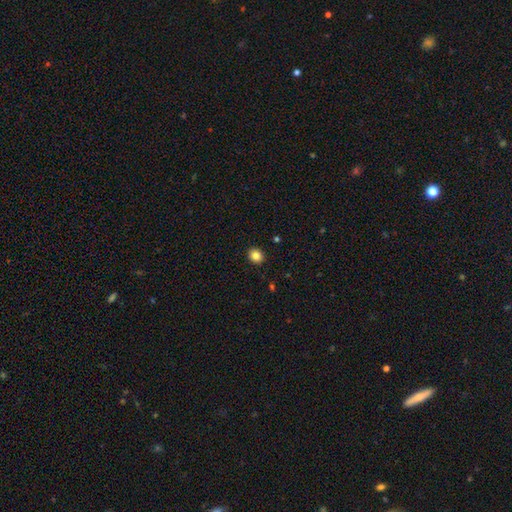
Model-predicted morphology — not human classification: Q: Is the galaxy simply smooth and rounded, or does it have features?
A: smooth — 84%.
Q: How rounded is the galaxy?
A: round — 70%.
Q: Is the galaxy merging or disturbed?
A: none — 91%.